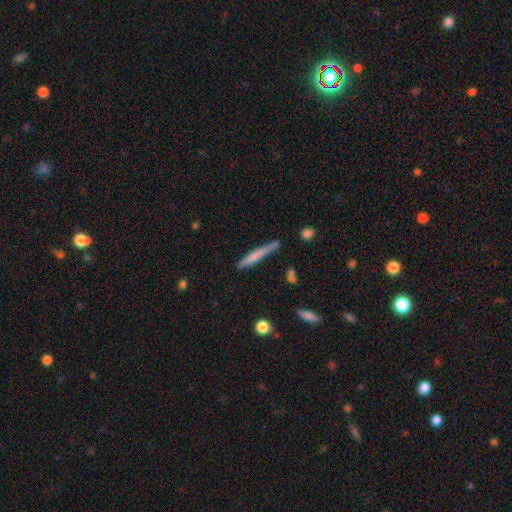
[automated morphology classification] A smooth galaxy with no disk features (63%) that is cigar-shaped (95%).

Vote fractions:
- Smooth or featured? smooth: 63% / featured or disk: 31% / star or artifact: 6%
- How rounded? cigar-shaped: 95% / in between: 3% / round: 1%
- Merging? none: 77% / minor disturbance: 16% / merger: 4% / major disturbance: 3%